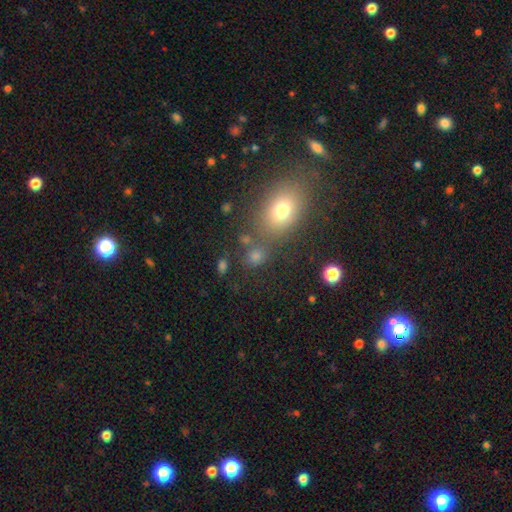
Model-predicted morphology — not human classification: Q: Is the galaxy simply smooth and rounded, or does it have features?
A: smooth — 66%.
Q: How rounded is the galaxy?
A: round — 52%.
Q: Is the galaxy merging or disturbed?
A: none — 69%.